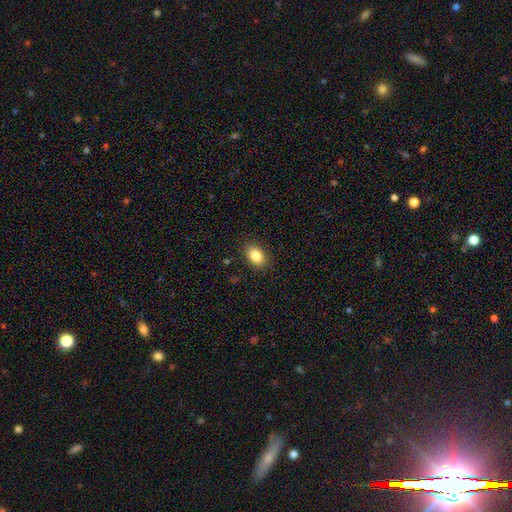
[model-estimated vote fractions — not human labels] smooth-or-featured: smooth: 85% | star or artifact: 9% | featured or disk: 7%
  how-rounded: in between: 82% | round: 17% | cigar-shaped: 1%
  merging: none: 88% | minor disturbance: 9% | major disturbance: 2% | merger: 1%